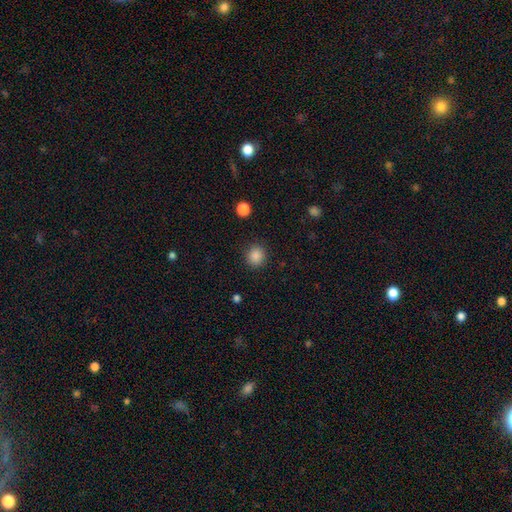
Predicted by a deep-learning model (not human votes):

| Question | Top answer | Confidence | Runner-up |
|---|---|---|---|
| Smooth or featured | smooth | 87% | star or artifact (10%) |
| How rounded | round | 89% | in between (11%) |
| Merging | none | 89% | minor disturbance (7%) |